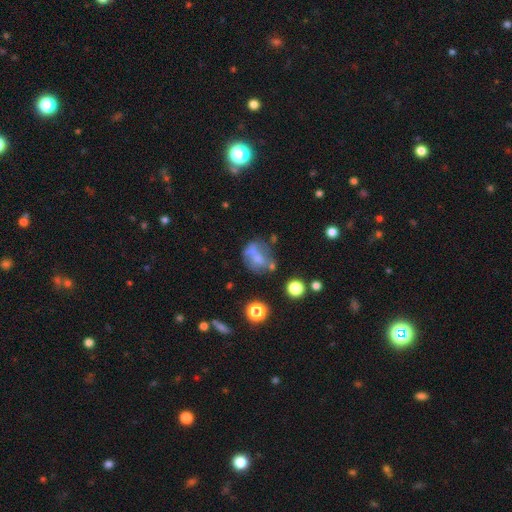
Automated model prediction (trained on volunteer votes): smooth_or_featured: smooth (p=0.47) [alt: featured or disk p=0.38]
merging: none (p=0.38) [alt: minor disturbance p=0.22]